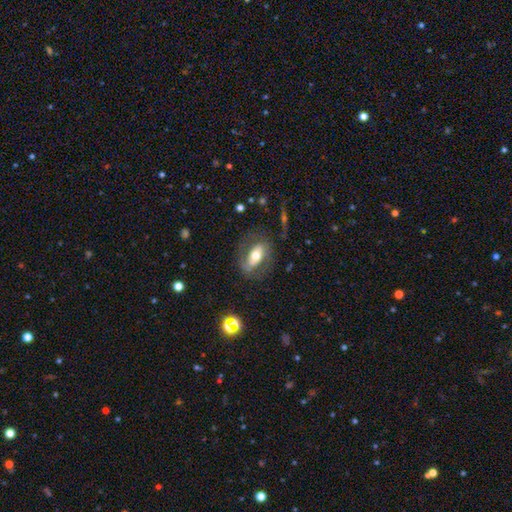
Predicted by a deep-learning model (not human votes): Smooth or featured? featured or disk (55%)
Edge-on disk? no (86%)
Merging? none (70%)